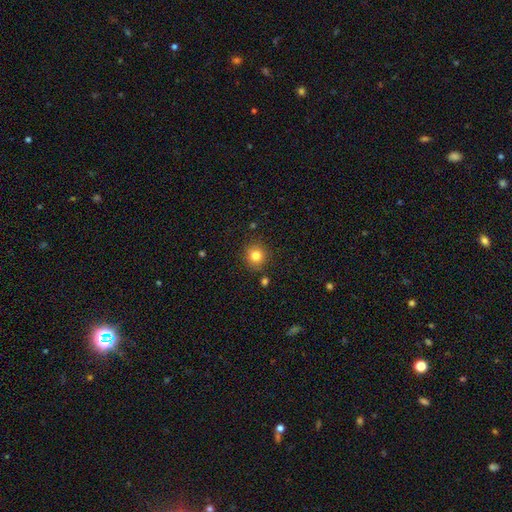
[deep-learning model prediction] This is clearly a smooth galaxy (82%). How rounded: clearly round (89%). Merging: clearly none (87%).